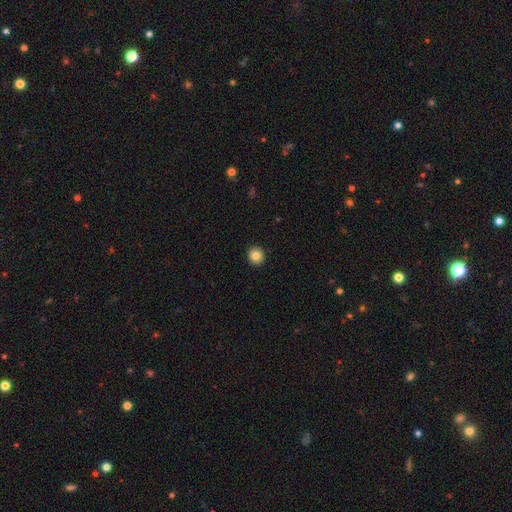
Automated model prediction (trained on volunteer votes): Smooth or featured: smooth — 84% (star or artifact — 9%)
How rounded: round — 89% (in between — 10%)
Merging: none — 92% (minor disturbance — 5%)